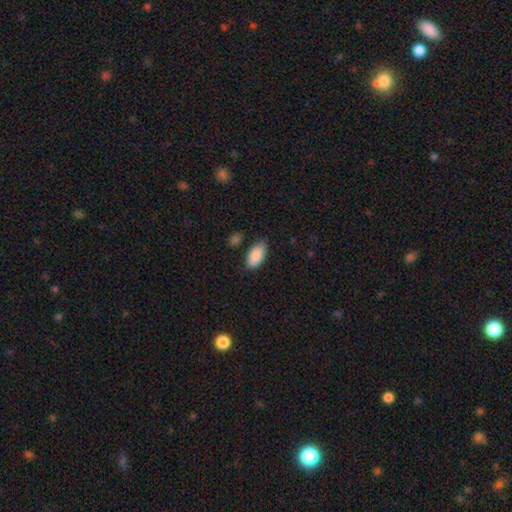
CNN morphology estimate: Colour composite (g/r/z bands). It shows a smooth galaxy with no disk features (88%) that is in between round and cigar-shaped (95%). Merging: none (72%).